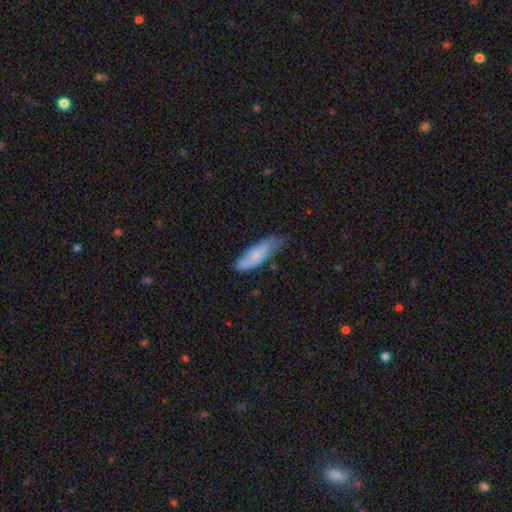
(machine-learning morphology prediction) Smooth or featured? smooth (72%)
How rounded? in between (49%, tied with cigar-shaped)
Merging? none (52%)